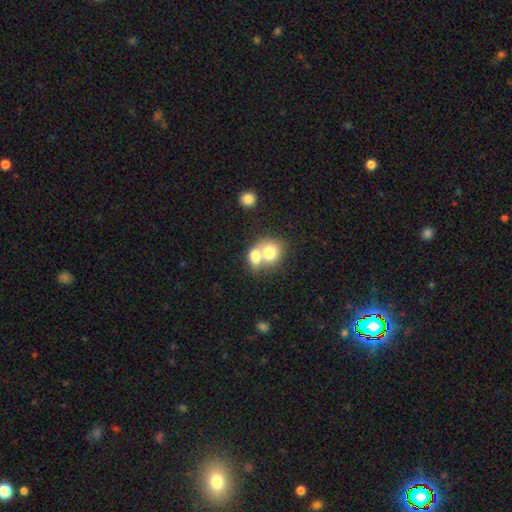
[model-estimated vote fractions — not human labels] This is likely a smooth galaxy (74%). How rounded: possibly round (53%). Merging: likely merger (71%).